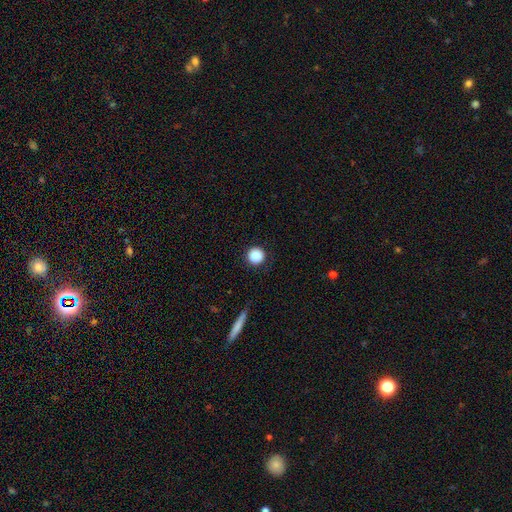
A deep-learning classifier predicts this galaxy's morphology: smooth-or-featured: smooth: 88% | star or artifact: 9% | featured or disk: 3%
  how-rounded: round: 96% | in between: 3% | cigar-shaped: 1%
  merging: none: 90% | minor disturbance: 6% | major disturbance: 2% | merger: 1%